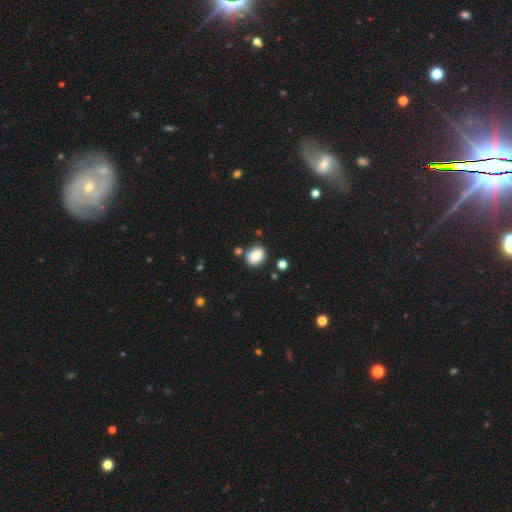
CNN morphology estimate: This is clearly a smooth galaxy (82%). How rounded: possibly in between (52%). Merging: likely none (76%).